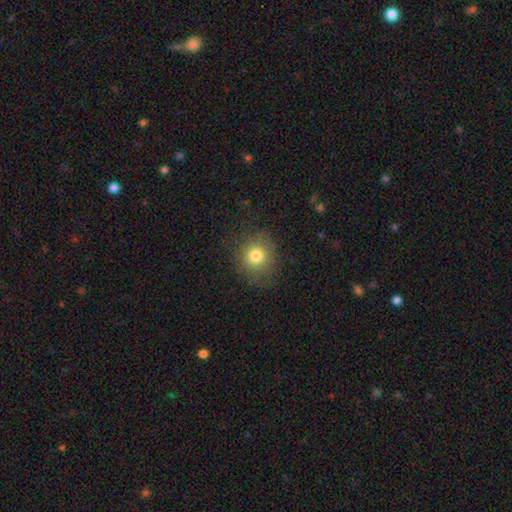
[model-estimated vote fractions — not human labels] A smooth galaxy with no disk features (78%) that is round (80%).

Vote fractions:
- Smooth or featured? smooth: 78% / star or artifact: 12% / featured or disk: 10%
- How rounded? round: 80% / in between: 20% / cigar-shaped: 1%
- Merging? none: 79% / minor disturbance: 13% / major disturbance: 6% / merger: 1%